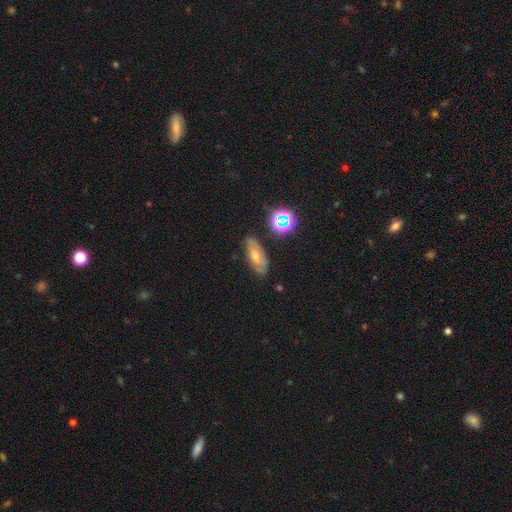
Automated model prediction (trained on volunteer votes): Q: Smooth or featured?
A: featured or disk (41%); runner-up: smooth (39%)
Q: Merging?
A: none (77%); runner-up: minor disturbance (17%)